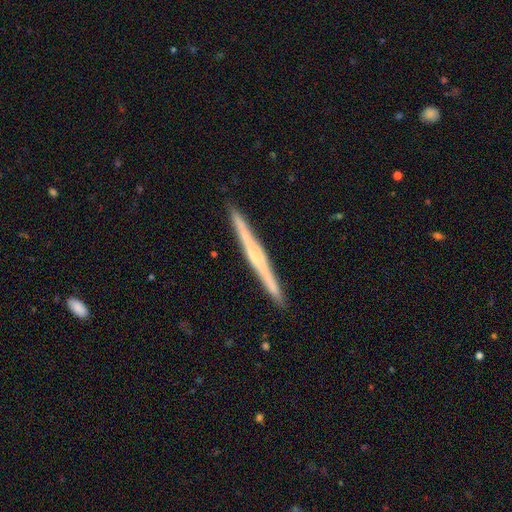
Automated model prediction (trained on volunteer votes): Smooth or featured? Predicted: featured or disk (p=0.68). Edge-on disk? Predicted: yes (p=0.98). Edge-on bulge? Predicted: none (p=0.52). Merging? Predicted: none (p=0.92).